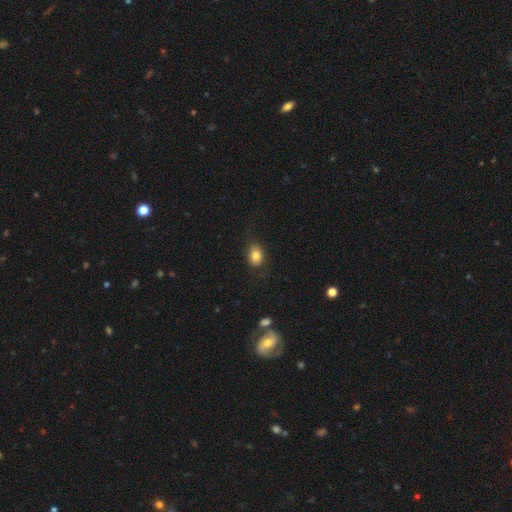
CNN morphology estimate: smooth-or-featured: smooth: 82% | star or artifact: 9% | featured or disk: 8%
  how-rounded: in between: 61% | round: 38% | cigar-shaped: 1%
  merging: none: 77% | minor disturbance: 16% | major disturbance: 5% | merger: 1%